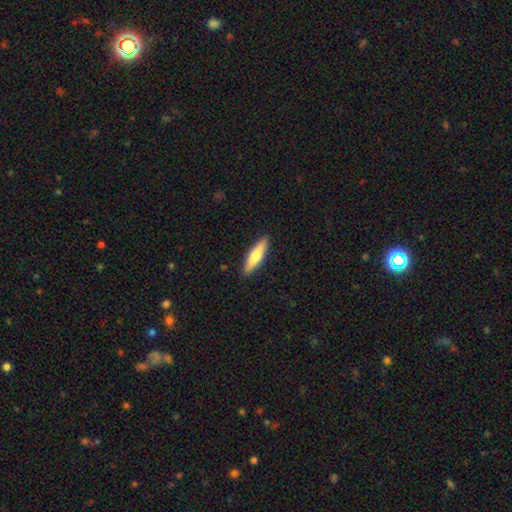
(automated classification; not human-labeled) Smooth or featured: smooth — 70% (featured or disk — 25%)
How rounded: cigar-shaped — 74% (in between — 24%)
Merging: none — 90% (minor disturbance — 7%)